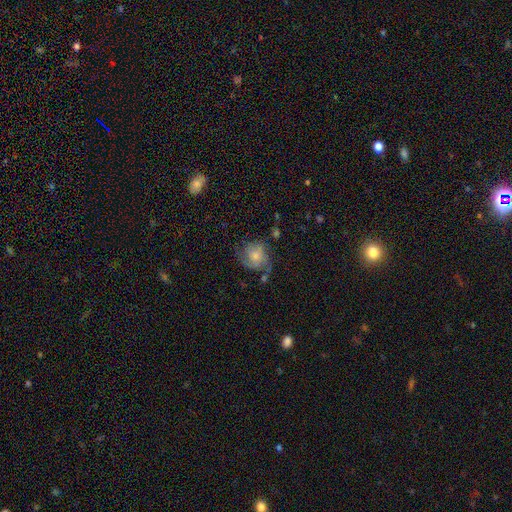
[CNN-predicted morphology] Smooth or featured?
  - smooth: 53% *
  - featured or disk: 38%
  - star or artifact: 9%
How rounded?
  - round: 69% *
  - in between: 30%
  - cigar-shaped: 1%
Merging?
  - none: 46% *
  - minor disturbance: 29%
  - major disturbance: 20%
  - merger: 6%